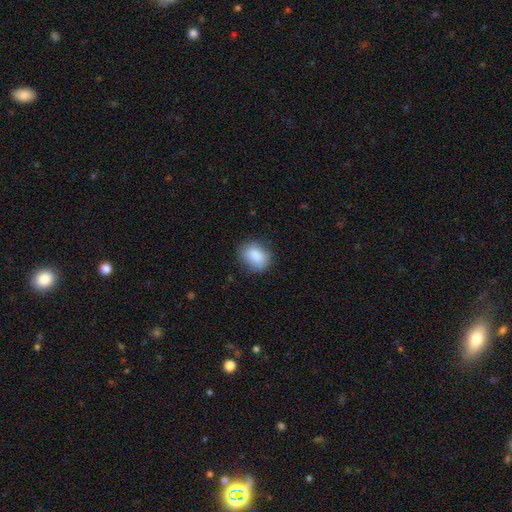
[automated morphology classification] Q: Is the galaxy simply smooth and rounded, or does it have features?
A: smooth — 86%.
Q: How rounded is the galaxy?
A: in between — 57%.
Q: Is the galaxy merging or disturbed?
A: none — 78%.